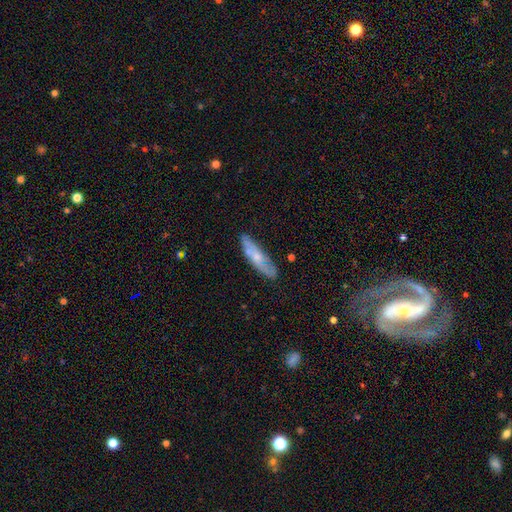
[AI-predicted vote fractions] A featured or disk galaxy (48%). Merging: none (74%).